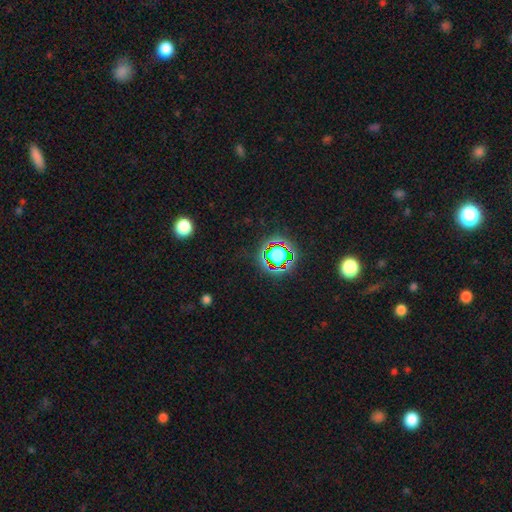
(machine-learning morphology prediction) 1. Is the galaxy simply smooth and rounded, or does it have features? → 77% star or artifact, 15% smooth, 8% featured or disk.